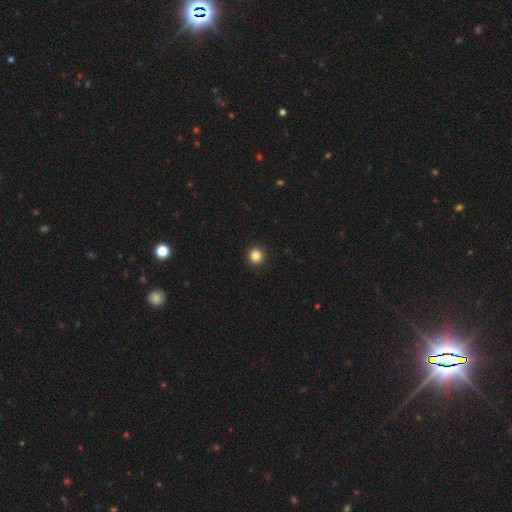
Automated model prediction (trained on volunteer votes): Smooth or featured: smooth — 86% (star or artifact — 11%)
How rounded: round — 93% (in between — 6%)
Merging: none — 93% (minor disturbance — 4%)